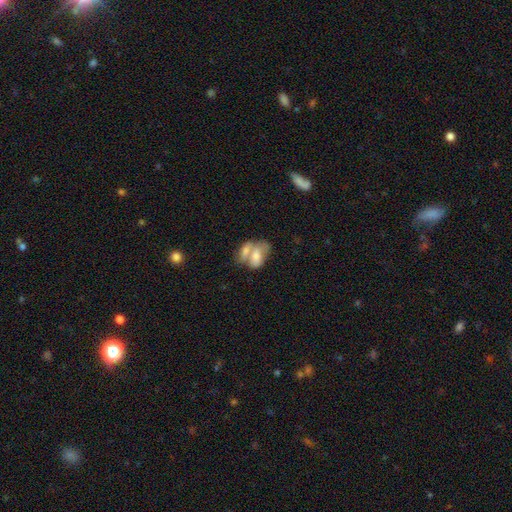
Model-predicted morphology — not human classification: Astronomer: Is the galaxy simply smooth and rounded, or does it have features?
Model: smooth — 63%.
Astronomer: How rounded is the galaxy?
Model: in between — 85%.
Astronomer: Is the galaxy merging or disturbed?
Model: merger — 63%.